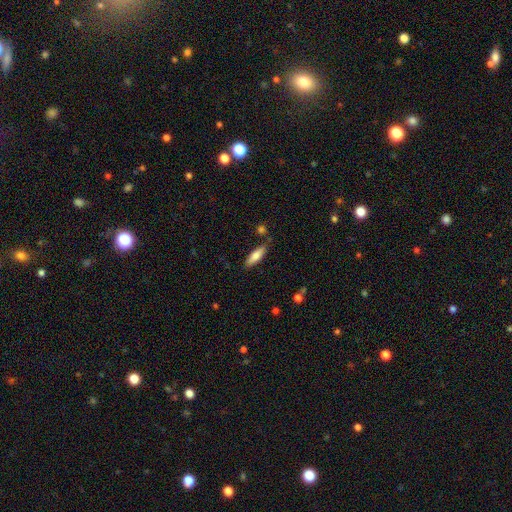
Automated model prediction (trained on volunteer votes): This is likely a smooth galaxy (72%). How rounded: possibly cigar-shaped (58%). Merging: clearly none (81%).